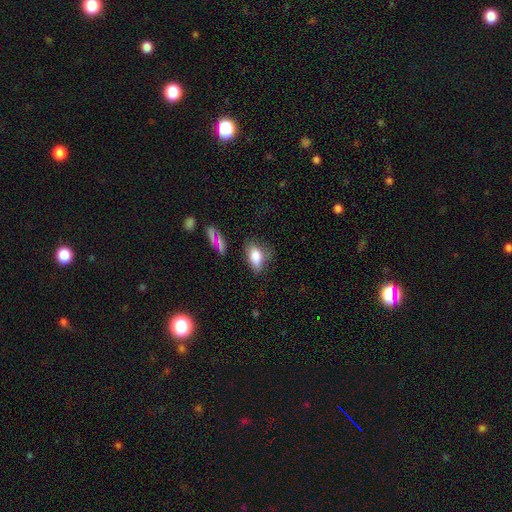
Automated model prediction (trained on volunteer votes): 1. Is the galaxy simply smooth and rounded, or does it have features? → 80% smooth, 11% featured or disk, 9% star or artifact.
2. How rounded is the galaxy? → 85% in between, 9% round, 5% cigar-shaped.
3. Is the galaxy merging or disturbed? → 57% none, 28% minor disturbance, 10% major disturbance, 5% merger.